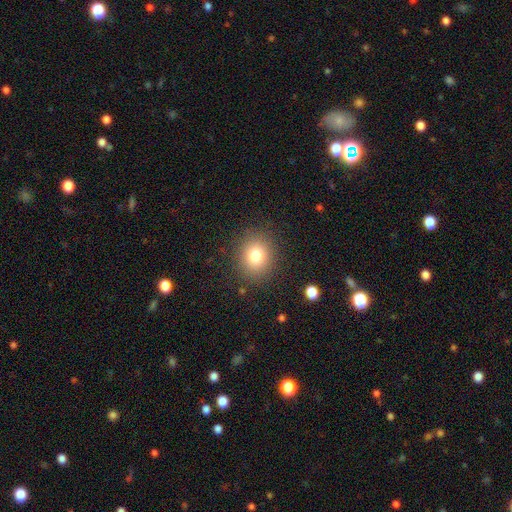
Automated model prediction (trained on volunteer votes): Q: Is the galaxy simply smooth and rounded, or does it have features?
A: smooth — 78%.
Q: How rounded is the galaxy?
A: round — 73%.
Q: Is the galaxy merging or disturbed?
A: none — 87%.